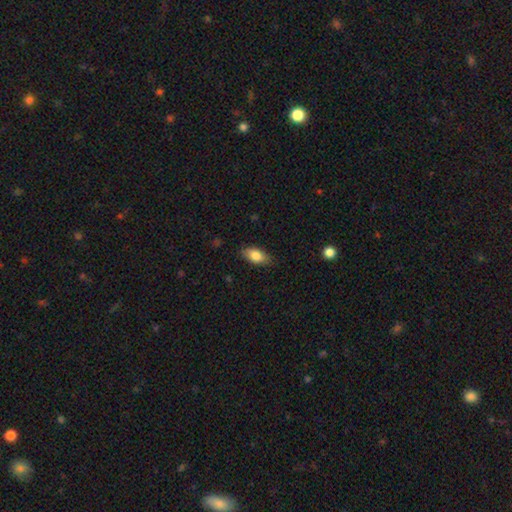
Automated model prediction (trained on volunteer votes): Smooth or featured? smooth (82%)
How rounded? in between (89%)
Merging? none (83%)